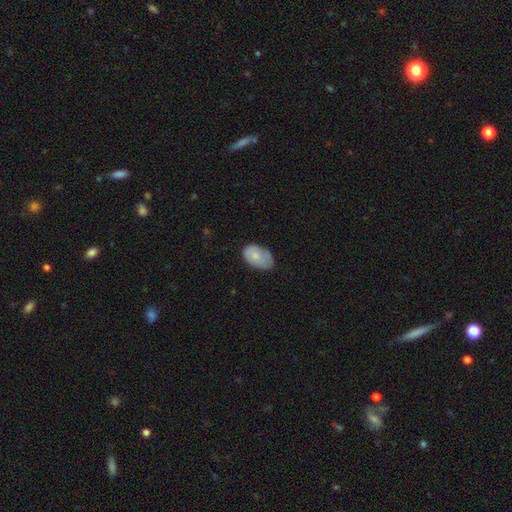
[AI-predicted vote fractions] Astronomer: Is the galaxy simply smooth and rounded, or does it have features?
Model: smooth — 78%.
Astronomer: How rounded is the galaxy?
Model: in between — 91%.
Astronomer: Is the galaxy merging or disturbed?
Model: none — 62%.